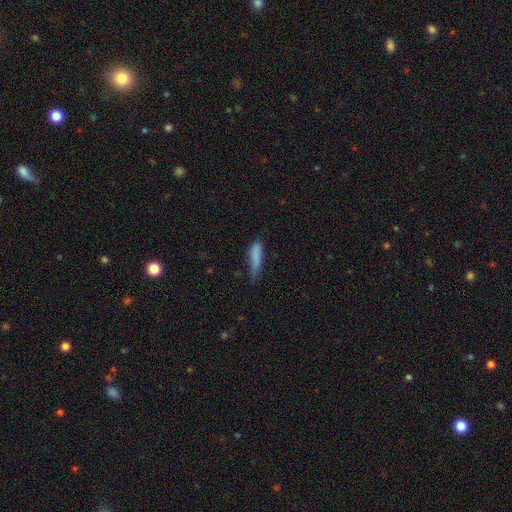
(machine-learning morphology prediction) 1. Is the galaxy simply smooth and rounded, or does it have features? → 80% smooth, 12% featured or disk, 8% star or artifact.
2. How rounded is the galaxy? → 71% cigar-shaped, 27% in between, 2% round.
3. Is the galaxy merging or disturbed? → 42% minor disturbance, 40% none, 15% major disturbance, 3% merger.